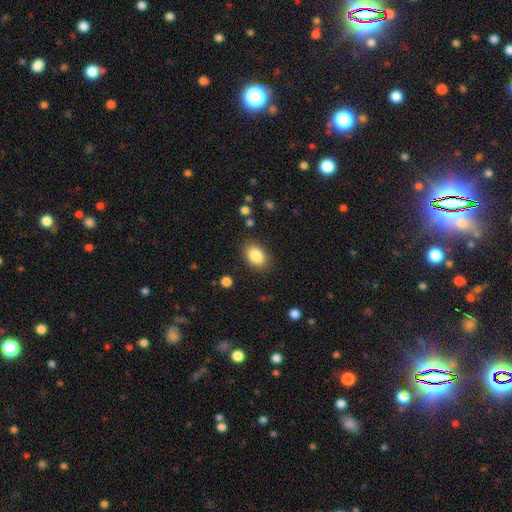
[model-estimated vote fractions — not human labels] A smooth galaxy with no disk features (86%) that is in between round and cigar-shaped (78%).

Vote fractions:
- Smooth or featured? smooth: 86% / star or artifact: 8% / featured or disk: 6%
- How rounded? in between: 78% / round: 20% / cigar-shaped: 1%
- Merging? none: 85% / minor disturbance: 11% / major disturbance: 3% / merger: 1%